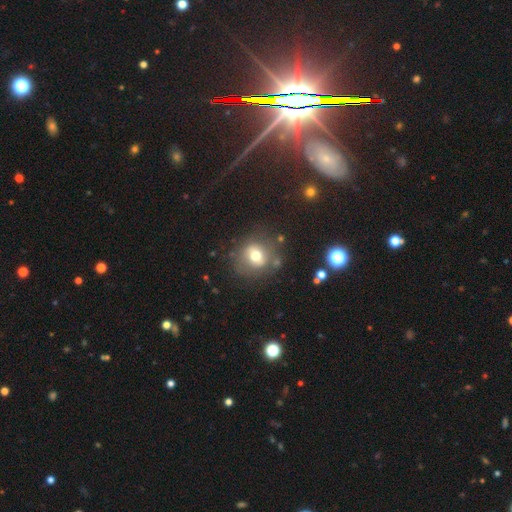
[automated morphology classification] type=smooth (65%); roundness=round (79%); merging=none (71%).